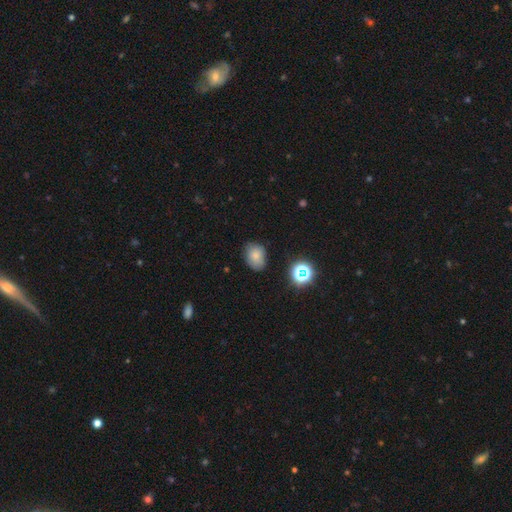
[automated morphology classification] This appears to be a smooth galaxy with no disk features (75%) that is in between round and cigar-shaped (60%). Merging: none (70%).